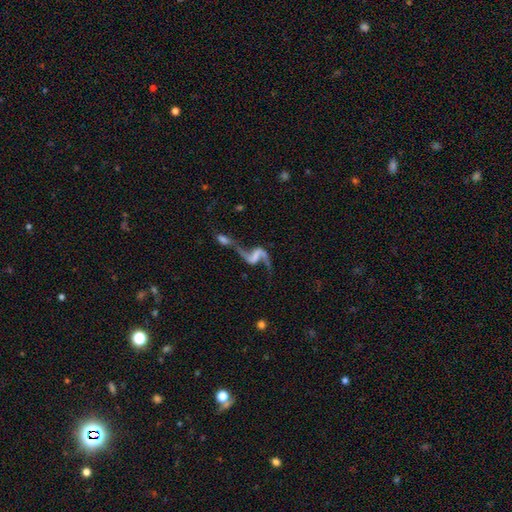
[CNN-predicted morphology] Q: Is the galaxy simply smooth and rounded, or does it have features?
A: featured or disk — 85%.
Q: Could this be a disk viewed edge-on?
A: no — 96%.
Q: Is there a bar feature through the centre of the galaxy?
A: weak — 40%.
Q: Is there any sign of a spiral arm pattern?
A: yes — 92%.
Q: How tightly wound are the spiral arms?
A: loose — 88%.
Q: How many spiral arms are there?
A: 2 — 88%.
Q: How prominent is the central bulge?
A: none — 58%.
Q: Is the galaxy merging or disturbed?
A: merger — 44%.